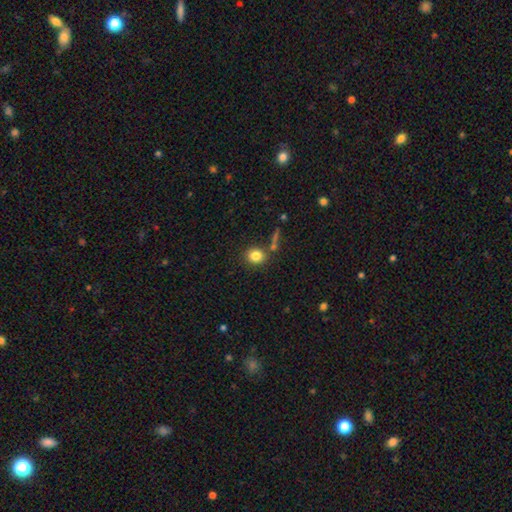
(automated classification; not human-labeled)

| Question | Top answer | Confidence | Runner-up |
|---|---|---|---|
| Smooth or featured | smooth | 82% | star or artifact (11%) |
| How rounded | round | 76% | in between (22%) |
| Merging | none | 77% | merger (10%) |